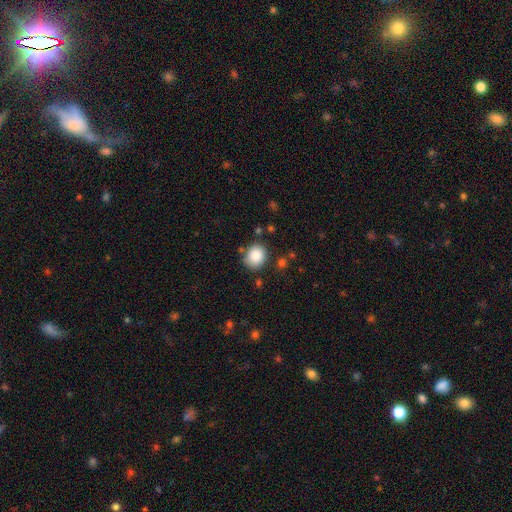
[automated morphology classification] Smooth or featured? Predicted: smooth (p=0.86). How rounded? Predicted: round (p=0.69). Merging? Predicted: none (p=0.80).